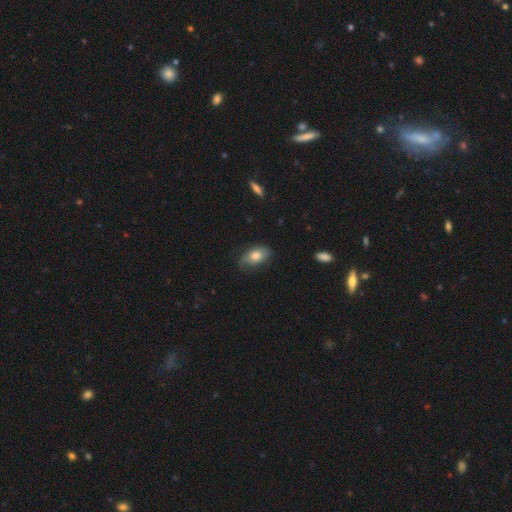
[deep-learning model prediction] Smooth or featured? Predicted: smooth (p=0.73). How rounded? Predicted: in between (p=0.88). Merging? Predicted: none (p=0.67).